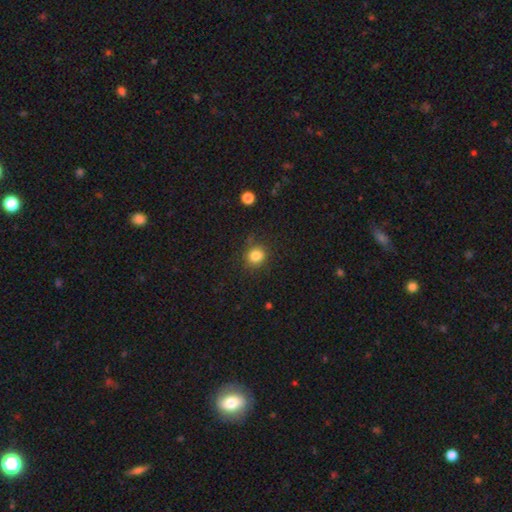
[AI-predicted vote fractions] Morphology: type=smooth (82%); roundness=round (78%); merging=none (77%).